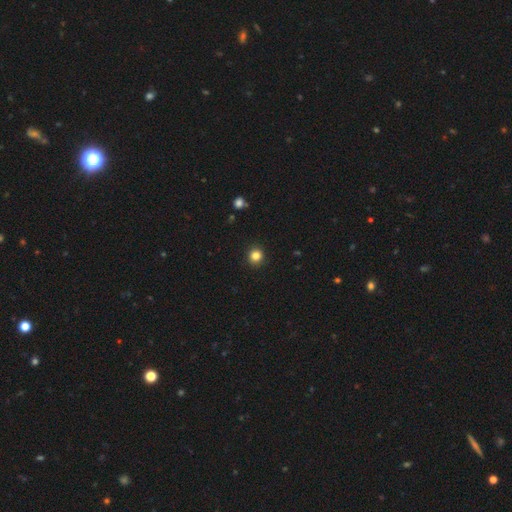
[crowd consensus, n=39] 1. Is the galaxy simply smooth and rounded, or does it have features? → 85% smooth, 8% featured or disk, 8% star or artifact.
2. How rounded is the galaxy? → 97% round, 3% in between, 0% cigar-shaped.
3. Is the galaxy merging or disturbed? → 97% none, 3% minor disturbance, 0% major disturbance, 0% merger.